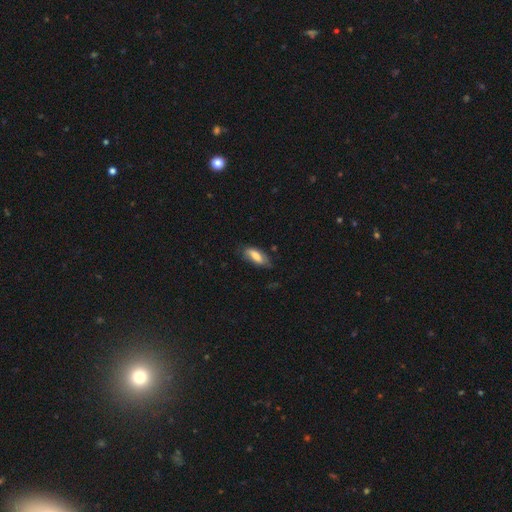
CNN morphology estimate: smooth 73%, featured or disk 20%, star or artifact 7%. Down the decision tree: how rounded — in between (75%); merging — none (66%).